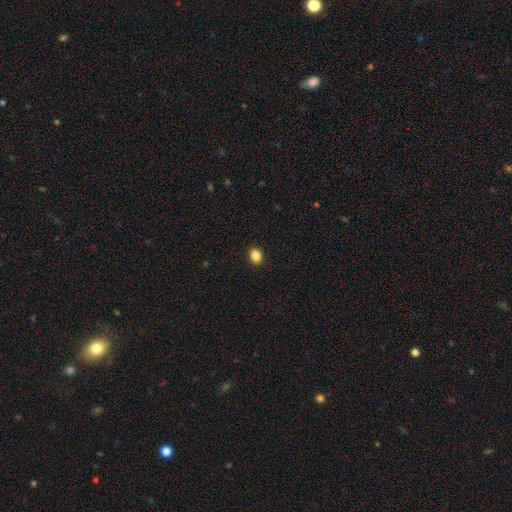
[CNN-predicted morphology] A smooth galaxy with no disk features (87%) that is in between round and cigar-shaped (69%). Merging: none (91%).